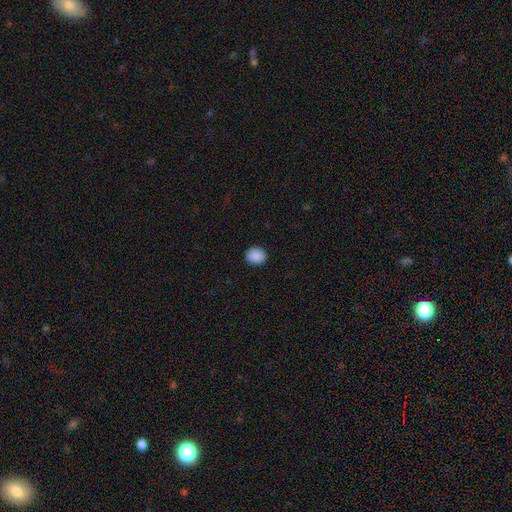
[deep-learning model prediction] Overall: smooth (89%). How rounded: round (65%; in between 34%). Merging: none (90%).